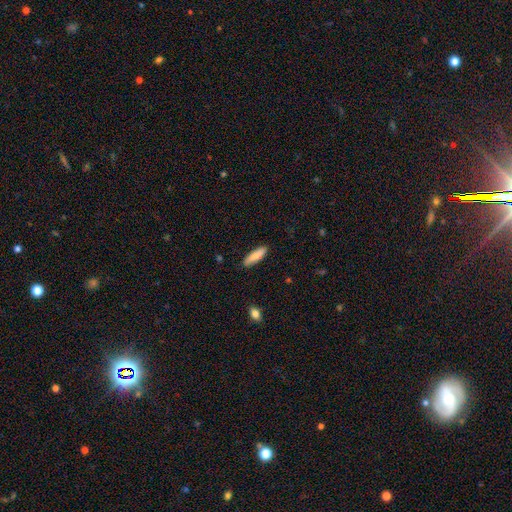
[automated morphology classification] smooth_or_featured: smooth (p=0.82) [alt: featured or disk p=0.12]
how_rounded: cigar-shaped (p=0.65) [alt: in between p=0.34]
merging: none (p=0.88) [alt: minor disturbance p=0.09]